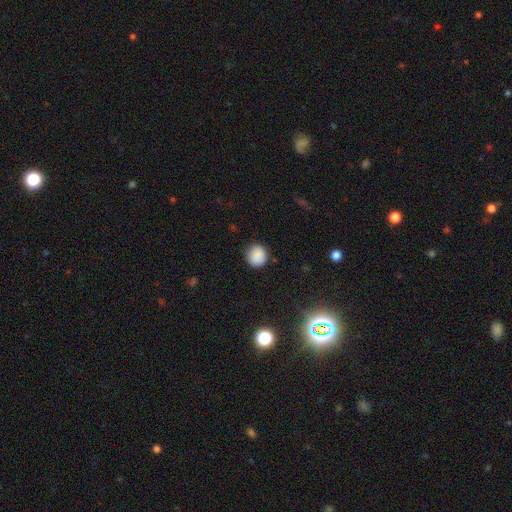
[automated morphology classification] type=smooth (87%); roundness=round (89%); merging=none (85%).